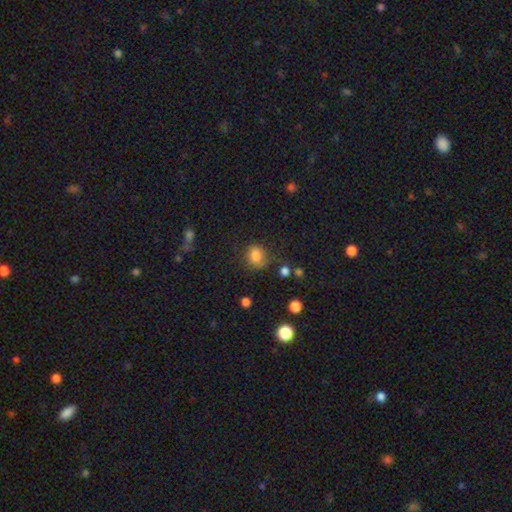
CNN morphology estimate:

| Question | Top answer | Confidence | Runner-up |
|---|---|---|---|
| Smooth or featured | smooth | 77% | star or artifact (12%) |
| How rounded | round | 63% | in between (36%) |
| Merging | none | 57% | minor disturbance (25%) |